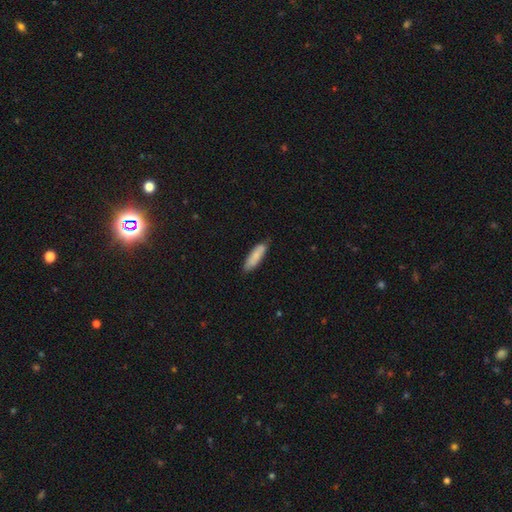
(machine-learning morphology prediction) type=smooth (81%); roundness=cigar-shaped (55%); merging=none (76%).